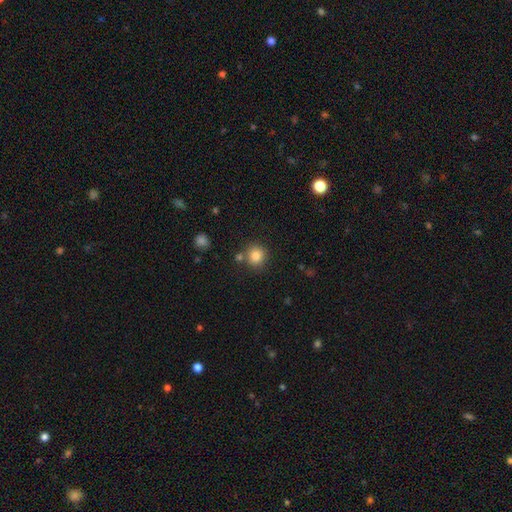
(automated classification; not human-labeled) This appears to be a smooth galaxy with no disk features (83%) that is round (91%). Merging: none (77%).